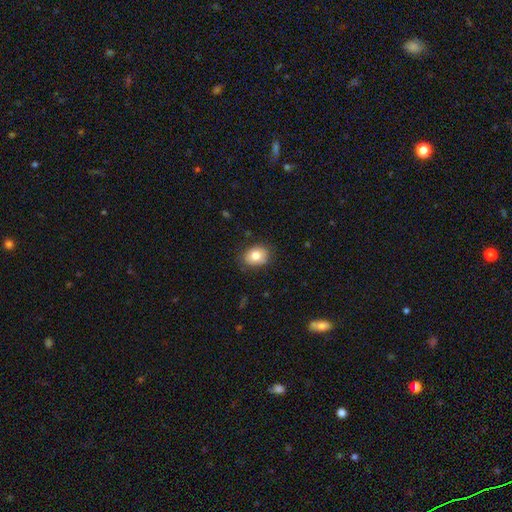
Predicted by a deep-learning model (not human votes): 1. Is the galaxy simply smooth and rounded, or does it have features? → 81% smooth, 10% featured or disk, 8% star or artifact.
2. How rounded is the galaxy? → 59% in between, 40% round, 1% cigar-shaped.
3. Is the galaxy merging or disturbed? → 81% none, 15% minor disturbance, 3% major disturbance, 1% merger.